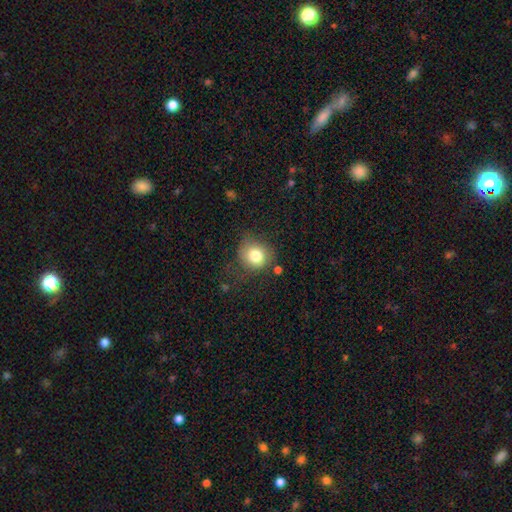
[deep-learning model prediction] Smooth or featured?
  - smooth: 79% *
  - star or artifact: 10%
  - featured or disk: 10%
How rounded?
  - round: 82% *
  - in between: 17%
  - cigar-shaped: 1%
Merging?
  - none: 68% *
  - minor disturbance: 20%
  - major disturbance: 8%
  - merger: 3%